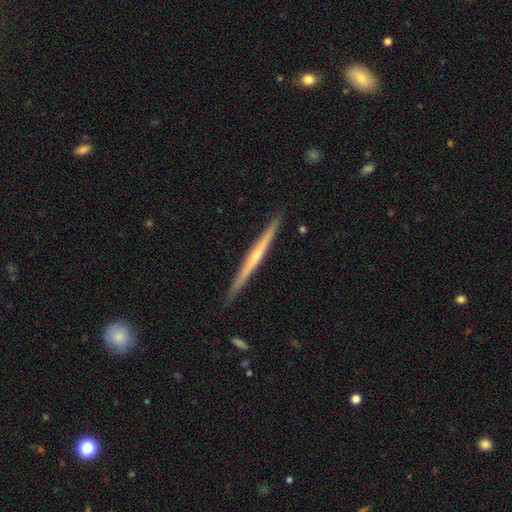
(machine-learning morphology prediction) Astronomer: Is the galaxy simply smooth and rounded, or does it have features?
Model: featured or disk — 70%.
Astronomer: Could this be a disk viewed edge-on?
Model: yes — 98%.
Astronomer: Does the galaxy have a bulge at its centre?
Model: none — 52% (runner-up: rounded, 43%).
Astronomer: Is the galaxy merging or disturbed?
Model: none — 91%.